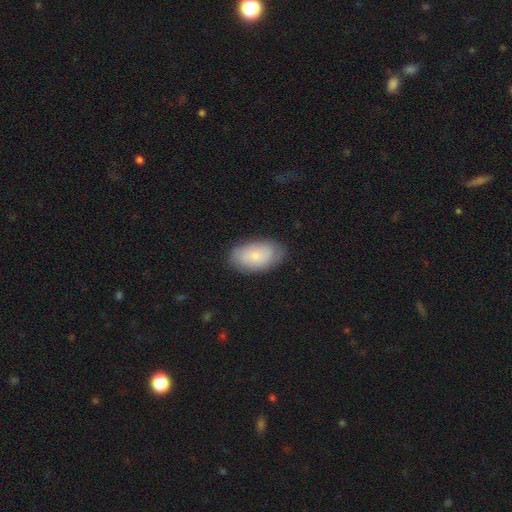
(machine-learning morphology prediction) Smooth or featured?
  - smooth: 75% *
  - featured or disk: 19%
  - star or artifact: 6%
How rounded?
  - in between: 94% *
  - round: 5%
  - cigar-shaped: 2%
Merging?
  - none: 80% *
  - minor disturbance: 16%
  - major disturbance: 4%
  - merger: 1%